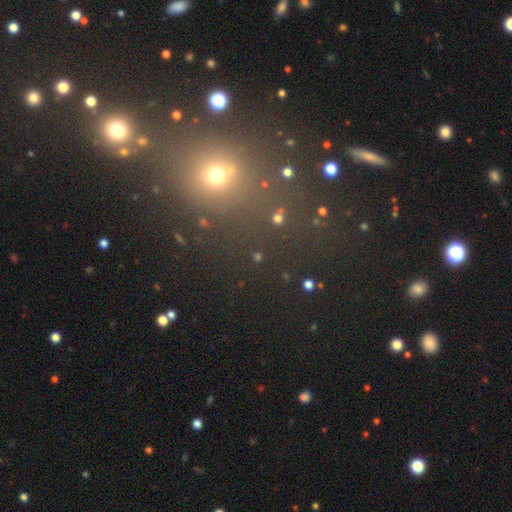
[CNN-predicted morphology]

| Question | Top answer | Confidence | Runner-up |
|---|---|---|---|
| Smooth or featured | star or artifact | 52% | smooth (38%) |